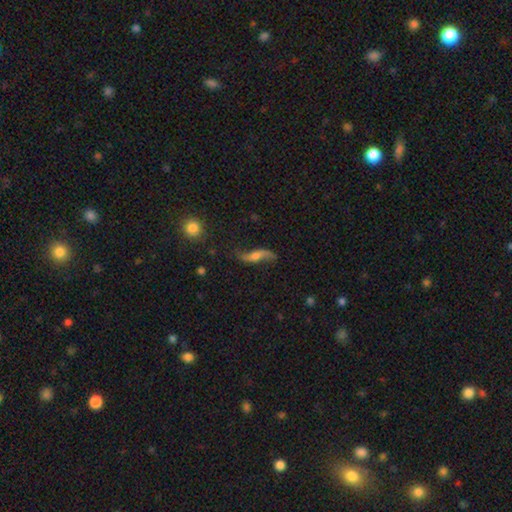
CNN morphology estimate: This is likely a featured or disk galaxy (74%). It is clearly not viewed edge-on (84%). Bar: possibly no (50%). Spiral arm pattern: clearly yes (92%). Spiral arm count: clearly 2 (92%). Spiral winding: clearly loose (92%). Central bulge: marginally moderate (37%). Merging: likely none (69%).